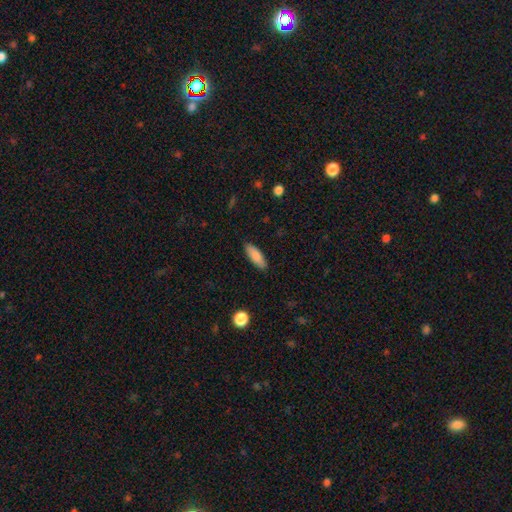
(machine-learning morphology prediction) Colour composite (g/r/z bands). It shows a smooth galaxy with no disk features (85%) that is in between round and cigar-shaped (55%). Merging: none (88%).